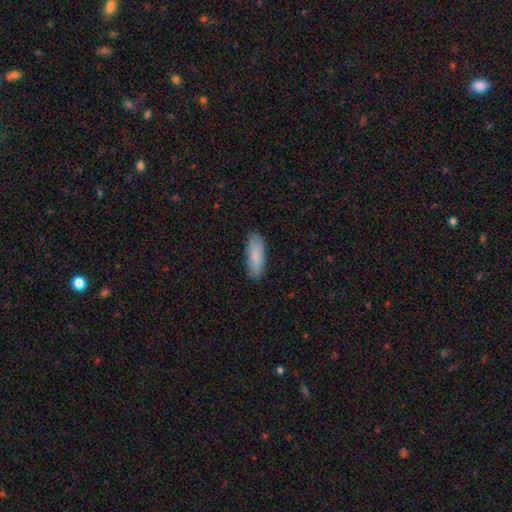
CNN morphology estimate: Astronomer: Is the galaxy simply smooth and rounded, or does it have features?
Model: smooth — 88%.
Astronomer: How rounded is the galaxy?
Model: in between — 64%.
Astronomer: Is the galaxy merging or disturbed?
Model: none — 89%.